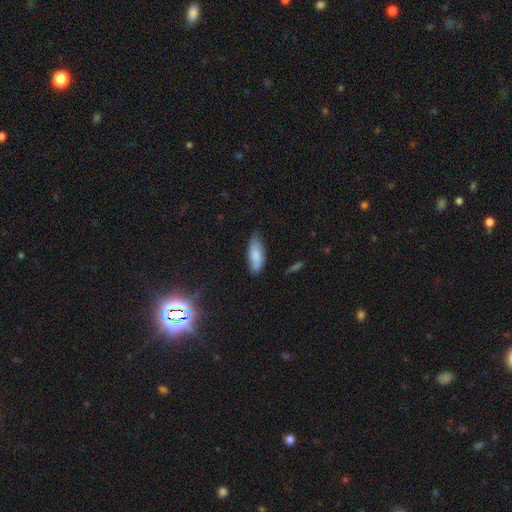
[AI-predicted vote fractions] smooth-or-featured: smooth: 81% | featured or disk: 12% | star or artifact: 7%
  how-rounded: in between: 74% | cigar-shaped: 24% | round: 2%
  merging: none: 68% | minor disturbance: 26% | major disturbance: 4% | merger: 2%